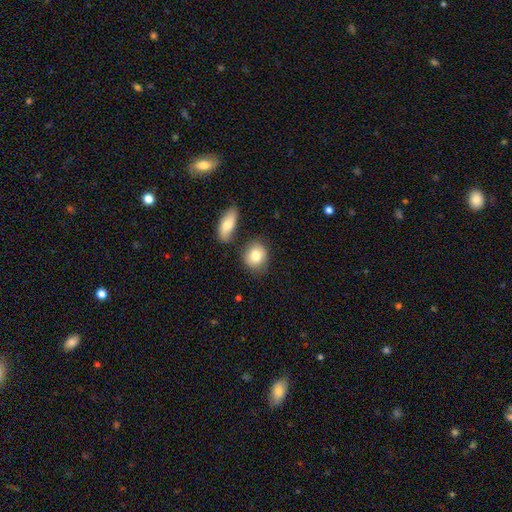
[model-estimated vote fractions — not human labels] Q: Smooth or featured?
A: smooth (83%); runner-up: featured or disk (10%)
Q: How rounded?
A: round (63%); runner-up: in between (36%)
Q: Merging?
A: none (73%); runner-up: minor disturbance (13%)